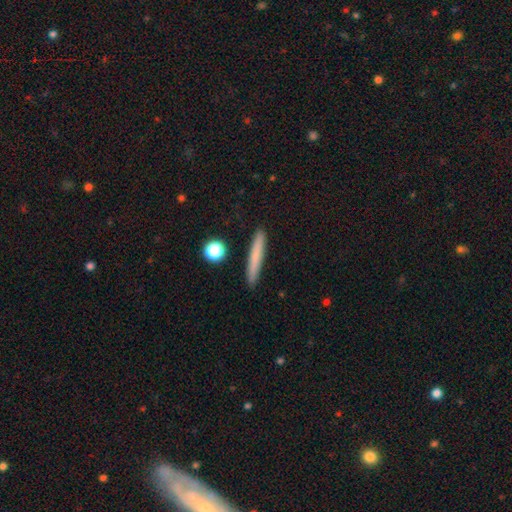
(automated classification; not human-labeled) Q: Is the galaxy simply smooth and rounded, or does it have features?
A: smooth — 73%.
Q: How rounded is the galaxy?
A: cigar-shaped — 95%.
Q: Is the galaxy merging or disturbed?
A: none — 91%.